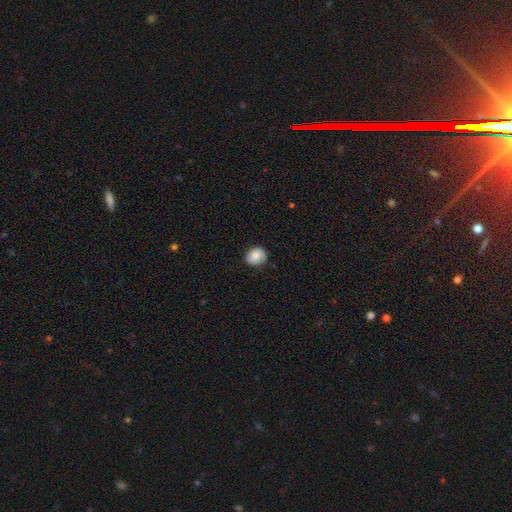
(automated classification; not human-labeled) smooth-or-featured: smooth: 80% | featured or disk: 12% | star or artifact: 8%
  how-rounded: round: 66% | in between: 33% | cigar-shaped: 1%
  merging: none: 74% | minor disturbance: 21% | major disturbance: 4% | merger: 1%